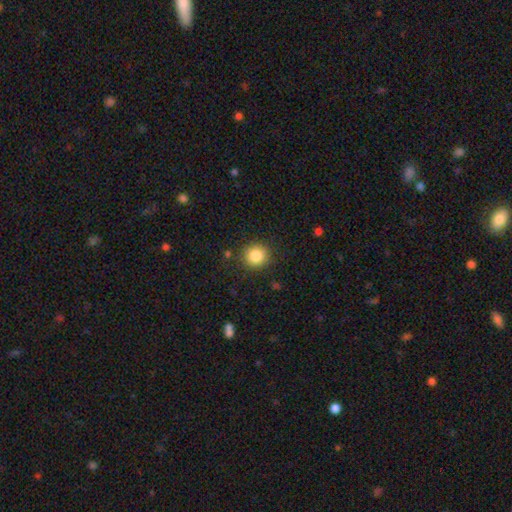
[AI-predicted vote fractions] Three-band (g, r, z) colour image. It shows a smooth galaxy with no disk features (85%) that is round (91%). Merging: none (89%).